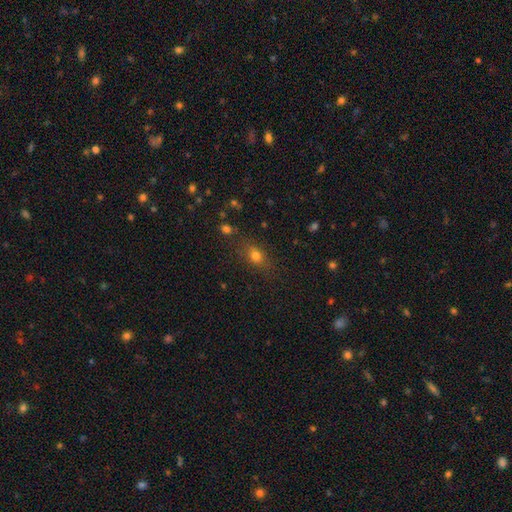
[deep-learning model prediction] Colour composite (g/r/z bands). It shows a smooth galaxy with no disk features (74%) that is in between round and cigar-shaped (61%). Merging: none (77%).